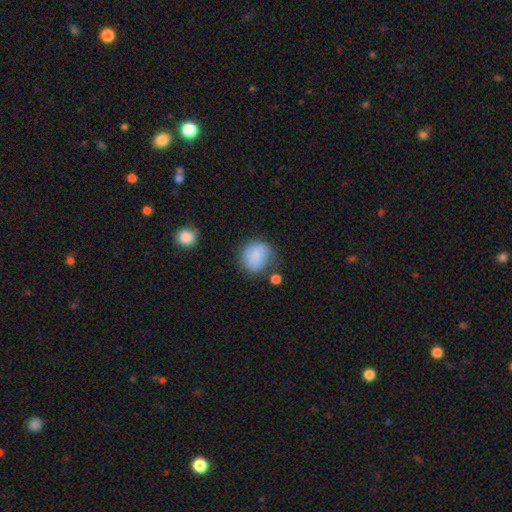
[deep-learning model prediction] A smooth galaxy with no disk features (83%) that is round (75%). Merging: none (63%).